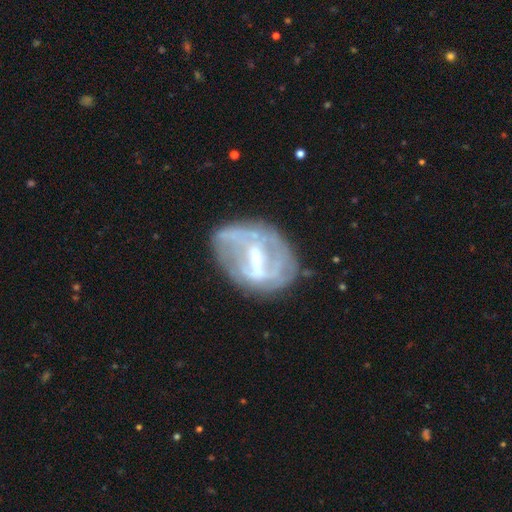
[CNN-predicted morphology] This is likely a featured or disk galaxy (74%). It is clearly not viewed edge-on (95%). Bar: possibly strong (55%). Spiral arm pattern: possibly yes (53%). Central bulge: possibly moderate (47%). Merging: possibly none (56%).